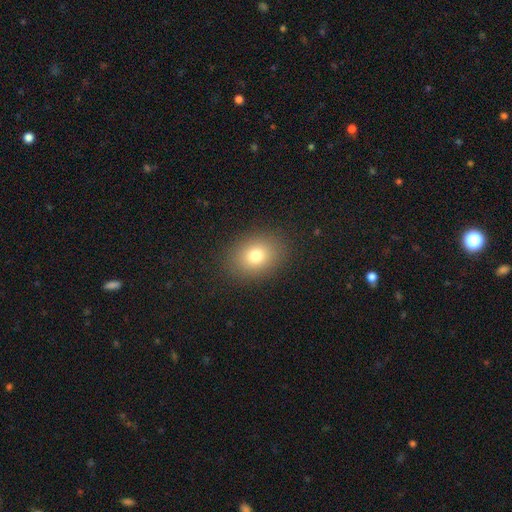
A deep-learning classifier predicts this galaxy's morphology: The model was most divided on "how rounded": in between: 56%, round: 43%, cigar-shaped: 1%. More confident: merging — none (88%); smooth or featured — smooth (77%).